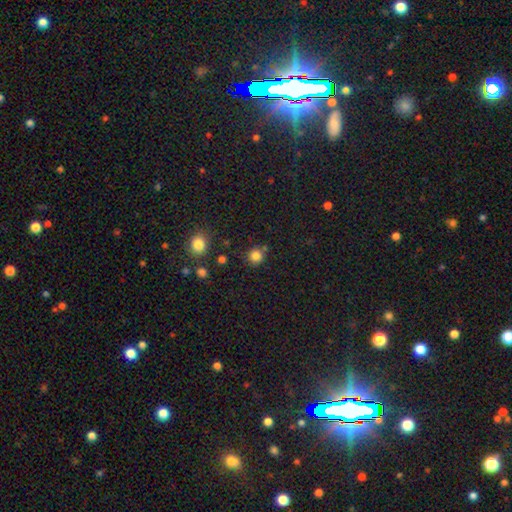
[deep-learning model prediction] Smooth or featured? smooth (83%)
How rounded? round (90%)
Merging? none (77%)